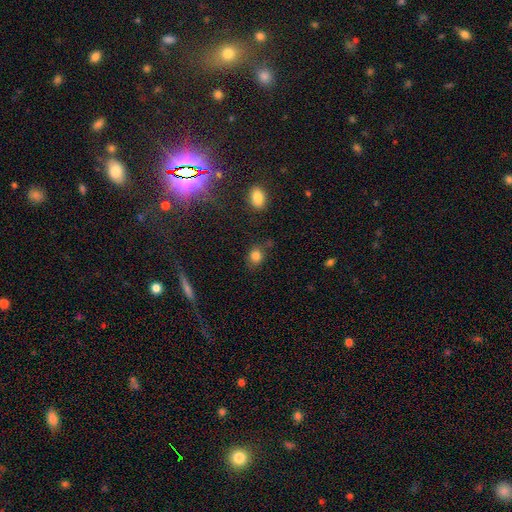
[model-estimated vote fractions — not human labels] smooth_or_featured: smooth (p=0.83) [alt: star or artifact p=0.12]
how_rounded: round (p=0.61) [alt: in between p=0.38]
merging: none (p=0.77) [alt: minor disturbance p=0.15]